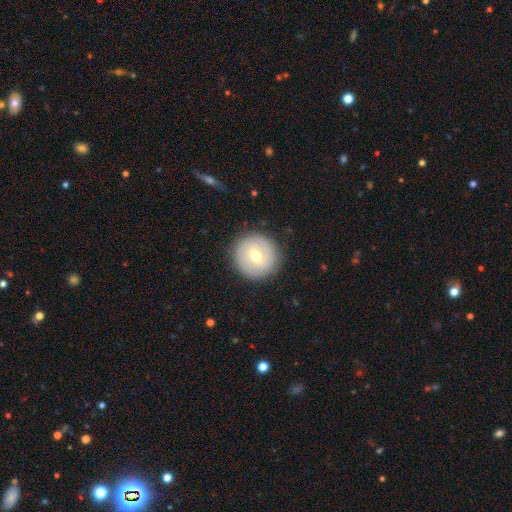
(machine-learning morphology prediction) smooth_or_featured: smooth (p=0.49) [alt: featured or disk p=0.44]
merging: none (p=0.88) [alt: minor disturbance p=0.08]